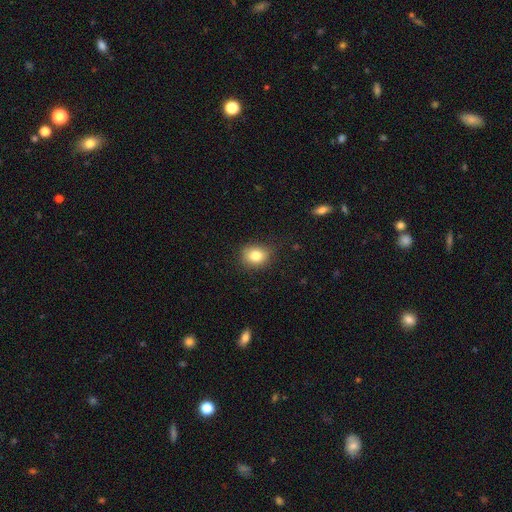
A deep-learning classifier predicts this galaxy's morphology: Smooth or featured? smooth (81%)
How rounded? round (56%)
Merging? none (77%)